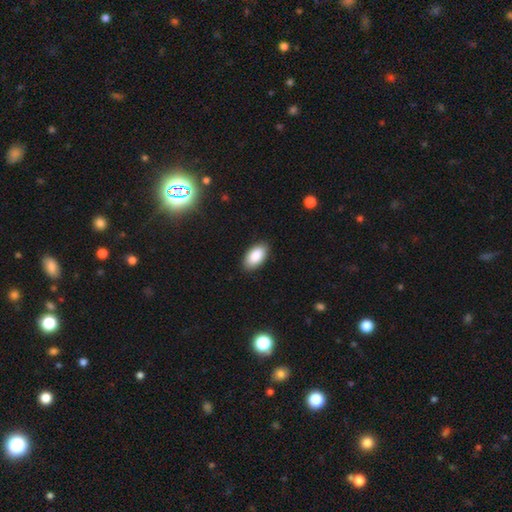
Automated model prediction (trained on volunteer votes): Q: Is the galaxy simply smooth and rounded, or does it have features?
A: smooth — 89%.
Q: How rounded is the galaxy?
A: in between — 95%.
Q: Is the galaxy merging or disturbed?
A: none — 88%.